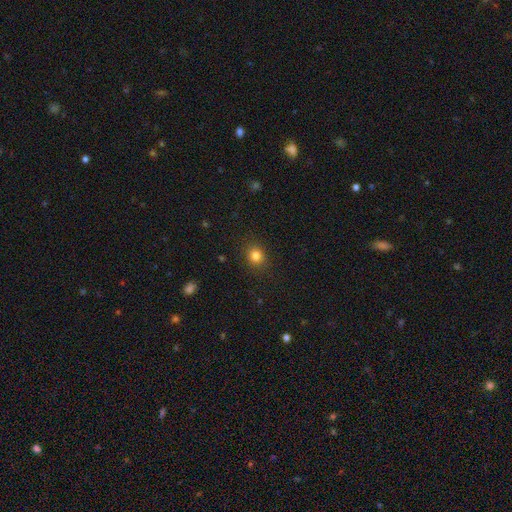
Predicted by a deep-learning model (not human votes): Q: Smooth or featured?
A: smooth (82%); runner-up: star or artifact (13%)
Q: How rounded?
A: round (79%); runner-up: in between (20%)
Q: Merging?
A: none (89%); runner-up: minor disturbance (8%)